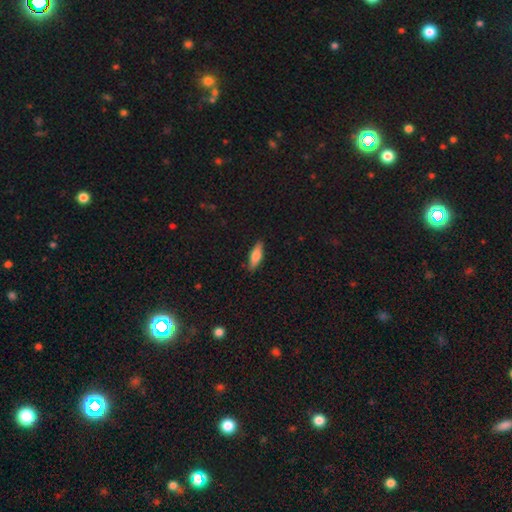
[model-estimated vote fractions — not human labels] Smooth or featured? smooth (71%)
How rounded? cigar-shaped (51%)
Merging? none (87%)